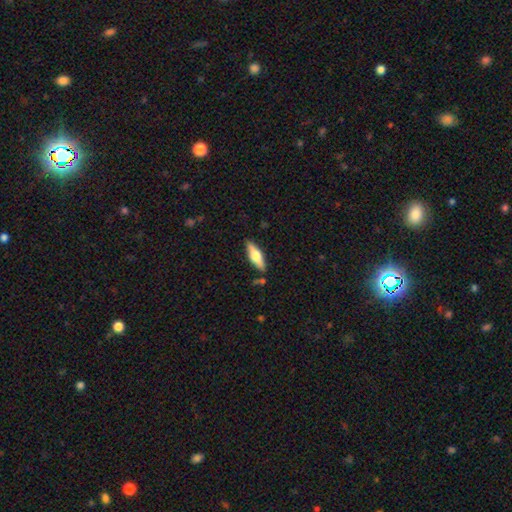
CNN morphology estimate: Smooth or featured: featured or disk — 52% (smooth — 42%)
Edge-on disk: yes — 94% (no — 6%)
Merging: none — 85% (minor disturbance — 10%)